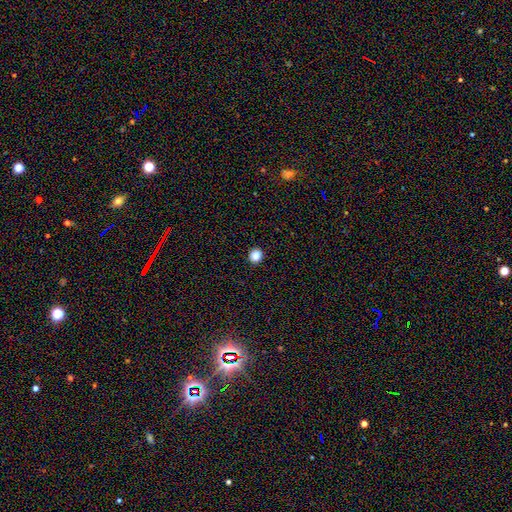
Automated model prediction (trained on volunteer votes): Smooth or featured: smooth — 86% (star or artifact — 11%)
How rounded: round — 88% (in between — 12%)
Merging: none — 93% (minor disturbance — 4%)